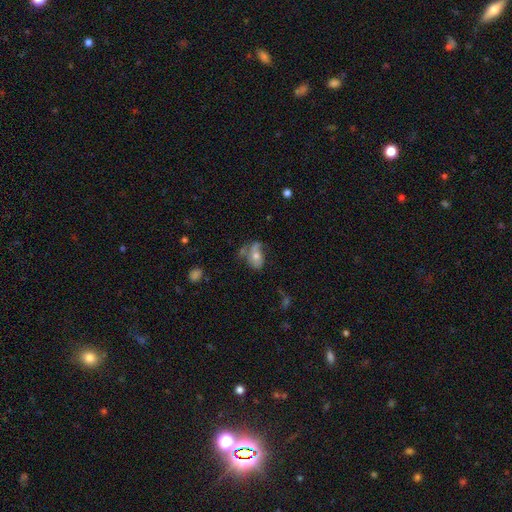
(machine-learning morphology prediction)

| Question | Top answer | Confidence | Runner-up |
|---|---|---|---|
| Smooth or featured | smooth | 57% | featured or disk (33%) |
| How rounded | in between | 83% | round (14%) |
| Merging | none | 37% | minor disturbance (27%) |